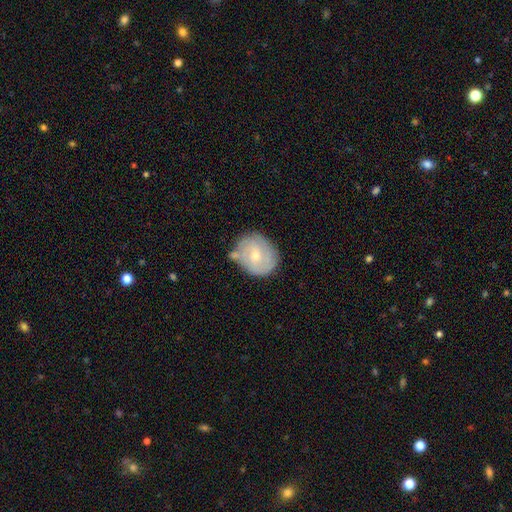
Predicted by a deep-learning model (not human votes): A featured or disk galaxy (56%) with no bar (68%), spiral arms (73%) and a small central bulge (60%).

Vote fractions:
- Smooth or featured? featured or disk: 56% / smooth: 37% / star or artifact: 7%
- Edge-on disk? no: 97% / yes: 3%
- Bar? no: 68% / weak: 27% / strong: 5%
- Spiral arms? yes: 73% / no: 27%
- Bulge size? small: 60% / moderate: 37% / large: 1% / none: 1% / dominant: 1%
- Merging? none: 63% / minor disturbance: 21% / merger: 9% / major disturbance: 6%